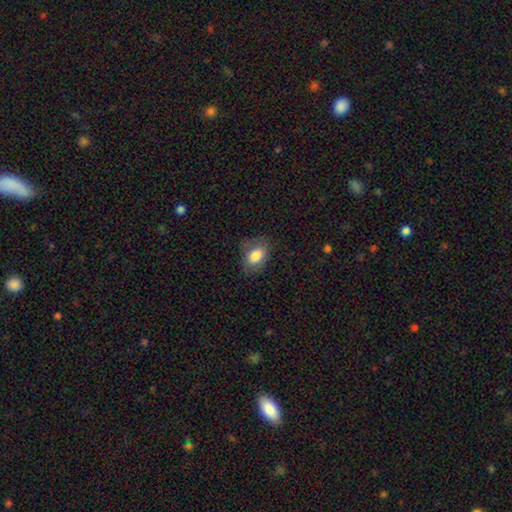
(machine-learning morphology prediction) type=smooth (81%); roundness=in between (82%); merging=none (69%).